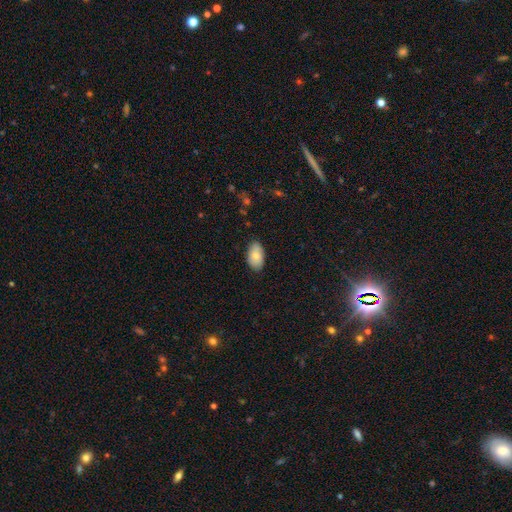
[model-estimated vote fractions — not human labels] The model was most divided on "merging": none: 82%, minor disturbance: 14%, major disturbance: 2%, merger: 1%. More confident: how rounded — in between (94%); smooth or featured — smooth (84%).